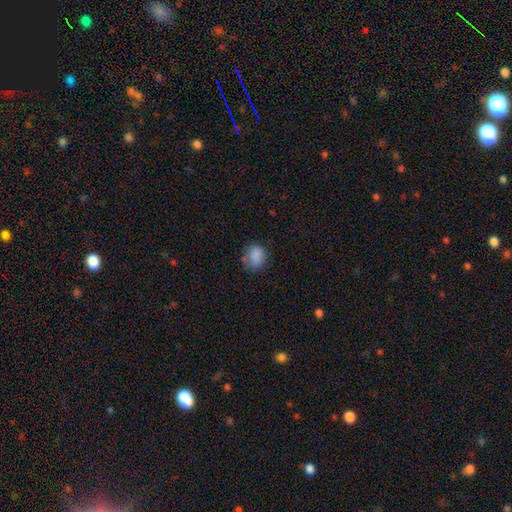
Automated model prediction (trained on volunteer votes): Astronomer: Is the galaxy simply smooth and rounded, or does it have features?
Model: smooth — 85%.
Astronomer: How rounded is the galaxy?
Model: round — 54% (runner-up: in between, 45%).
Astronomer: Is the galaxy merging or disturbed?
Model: none — 64%.